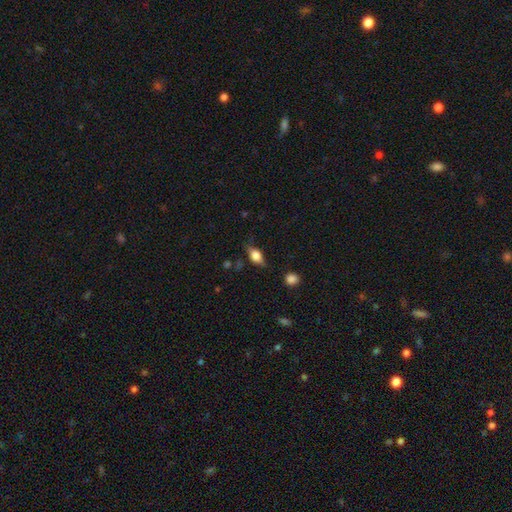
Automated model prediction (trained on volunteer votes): Smooth or featured? smooth (54%)
How rounded? in between (74%)
Merging? none (73%)